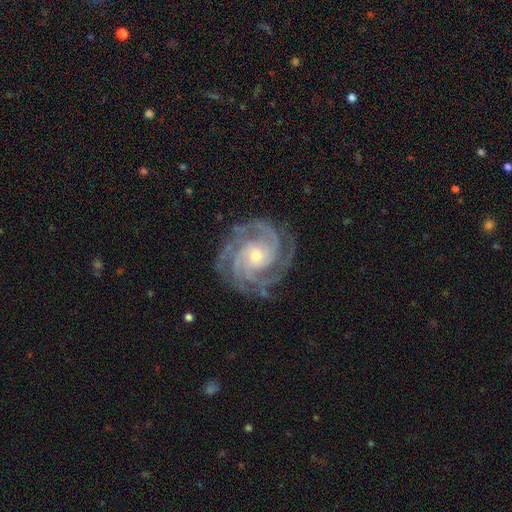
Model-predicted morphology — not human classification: Q: Smooth or featured?
A: featured or disk (93%); runner-up: star or artifact (4%)
Q: Edge-on disk?
A: no (98%); runner-up: yes (2%)
Q: Bar?
A: no (72%); runner-up: weak (21%)
Q: Spiral arms?
A: yes (99%); runner-up: no (1%)
Q: Spiral winding?
A: tight (71%); runner-up: medium (26%)
Q: Spiral arm count?
A: 3 (34%); runner-up: 4 (28%)
Q: Bulge size?
A: small (64%); runner-up: moderate (33%)
Q: Merging?
A: none (81%); runner-up: minor disturbance (14%)